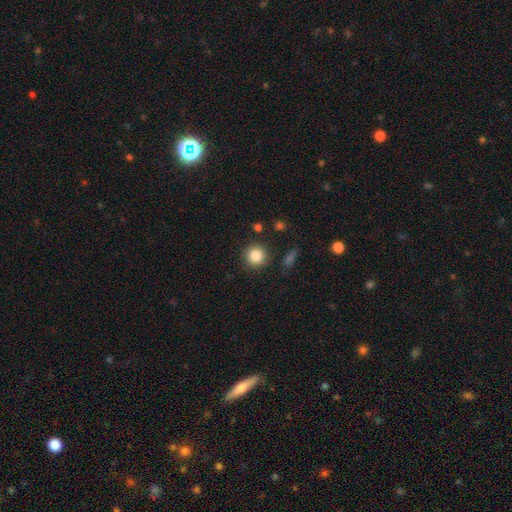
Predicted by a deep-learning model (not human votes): This is clearly a smooth galaxy (85%). How rounded: clearly round (92%). Merging: clearly none (88%).